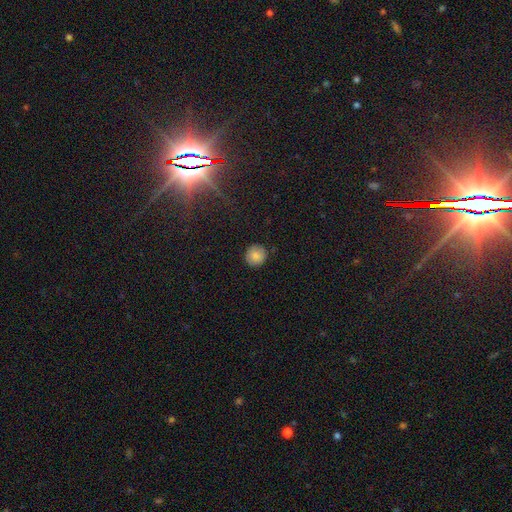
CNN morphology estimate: smooth_or_featured: smooth (p=0.85) [alt: star or artifact p=0.09]
how_rounded: round (p=0.92) [alt: in between p=0.07]
merging: none (p=0.89) [alt: minor disturbance p=0.08]